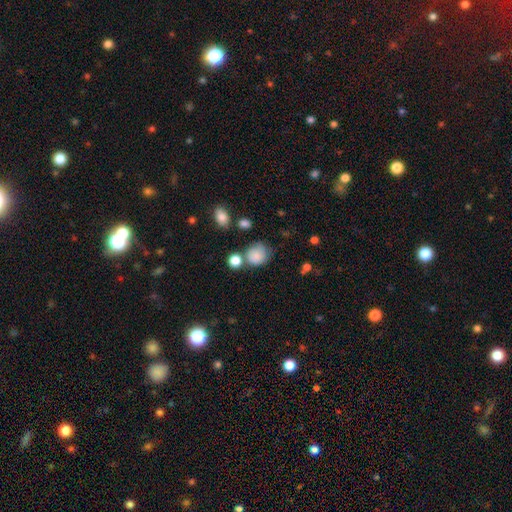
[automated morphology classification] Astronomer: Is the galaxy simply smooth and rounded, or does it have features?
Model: smooth — 81%.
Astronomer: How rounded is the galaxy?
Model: round — 75%.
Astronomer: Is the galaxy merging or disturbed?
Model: none — 53%.